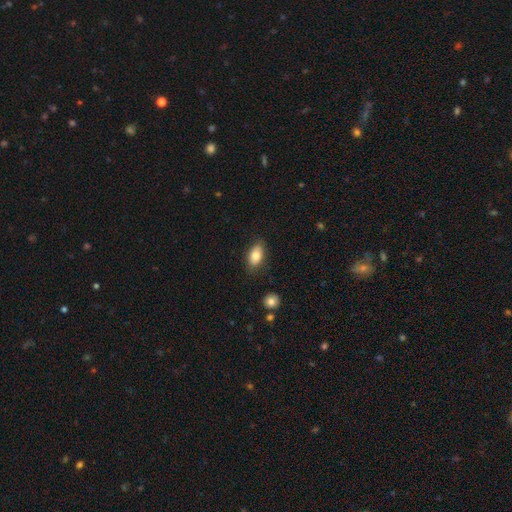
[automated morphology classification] A smooth galaxy with no disk features (81%) that is in between round and cigar-shaped (90%).

Vote fractions:
- Smooth or featured? smooth: 81% / featured or disk: 12% / star or artifact: 7%
- How rounded? in between: 90% / round: 6% / cigar-shaped: 4%
- Merging? none: 81% / minor disturbance: 15% / major disturbance: 3% / merger: 2%